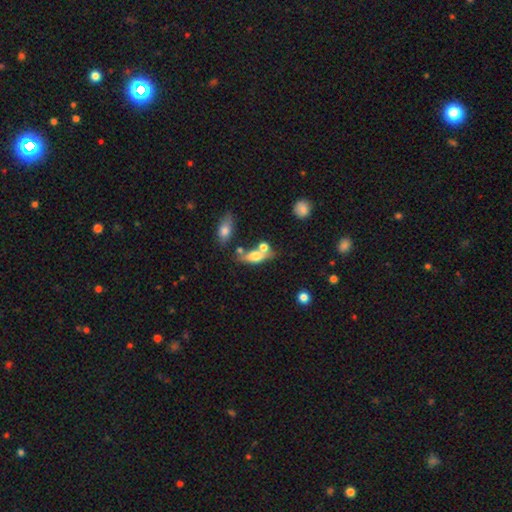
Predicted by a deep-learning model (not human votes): Smooth or featured?
  - smooth: 61% *
  - featured or disk: 30%
  - star or artifact: 9%
How rounded?
  - in between: 71% *
  - cigar-shaped: 21%
  - round: 8%
Merging?
  - none: 43% *
  - merger: 37%
  - minor disturbance: 14%
  - major disturbance: 6%